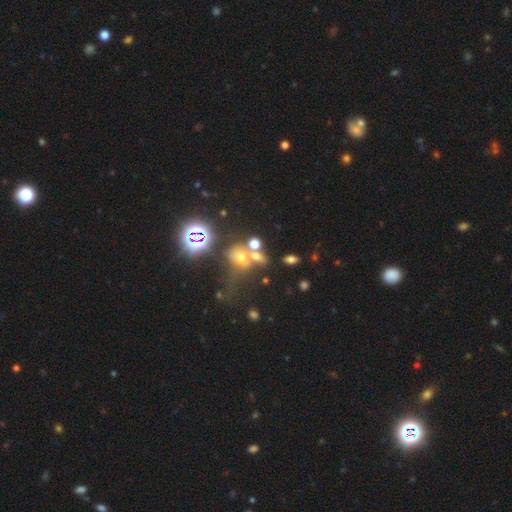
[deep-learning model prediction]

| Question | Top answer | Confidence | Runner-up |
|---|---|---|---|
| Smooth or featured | smooth | 51% | star or artifact (30%) |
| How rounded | in between | 50% | round (45%) |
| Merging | merger | 42% | none (36%) |